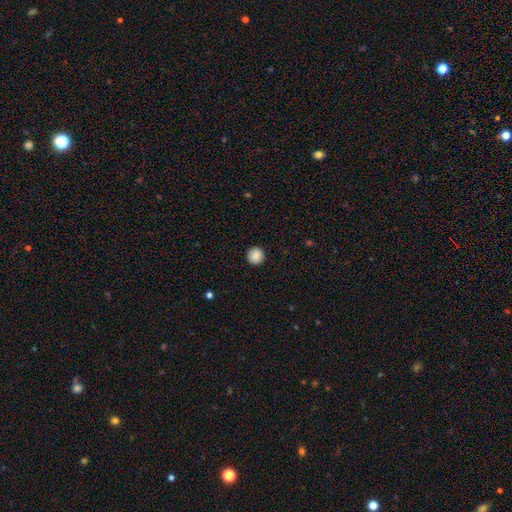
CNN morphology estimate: Smooth or featured: smooth — 87% (star or artifact — 8%)
How rounded: round — 96% (in between — 3%)
Merging: none — 93% (minor disturbance — 4%)